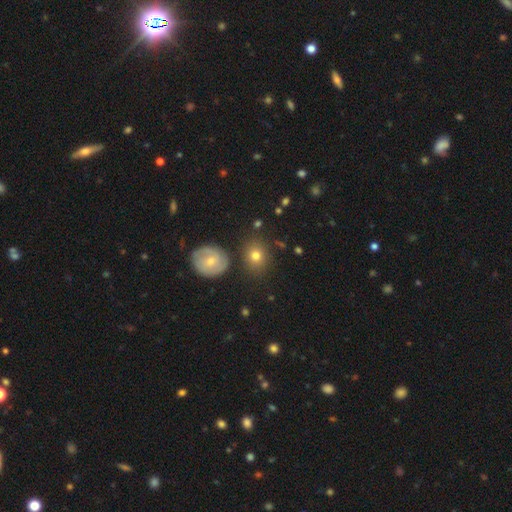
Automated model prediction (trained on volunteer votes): Morphology: type=smooth (75%); roundness=round (68%); merging=none (80%).